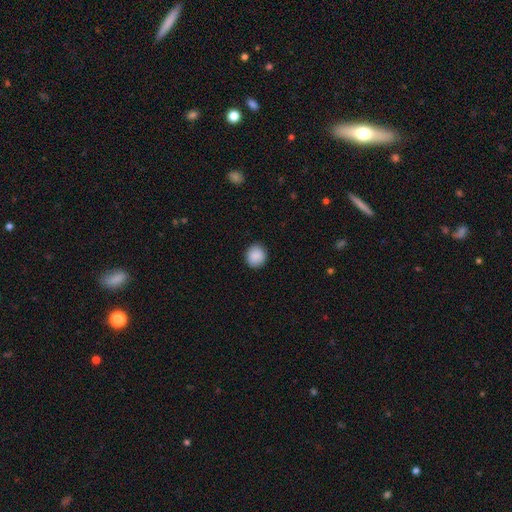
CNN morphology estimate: This appears to be a smooth galaxy with no disk features (90%) that is round (86%). Merging: none (91%).